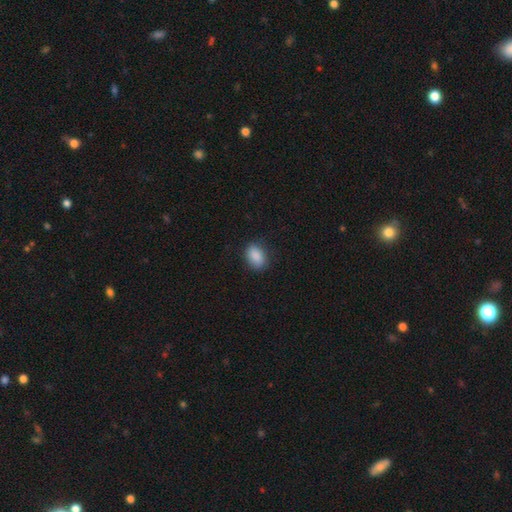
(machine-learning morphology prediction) Smooth or featured? Predicted: smooth (p=0.89). How rounded? Predicted: in between (p=0.84). Merging? Predicted: none (p=0.83).